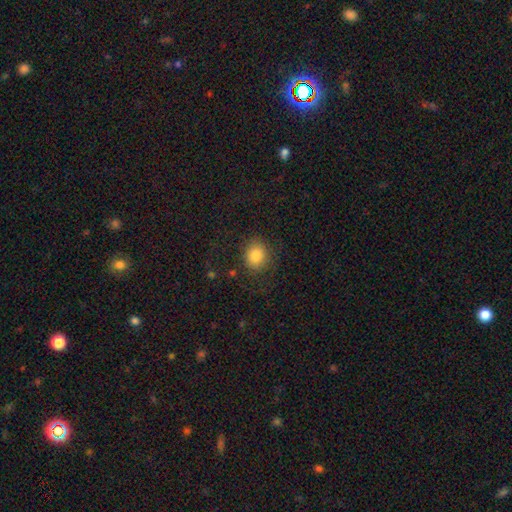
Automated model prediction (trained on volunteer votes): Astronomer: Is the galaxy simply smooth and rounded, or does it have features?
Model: smooth — 82%.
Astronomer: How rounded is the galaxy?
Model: round — 70%.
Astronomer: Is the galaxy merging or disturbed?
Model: none — 83%.